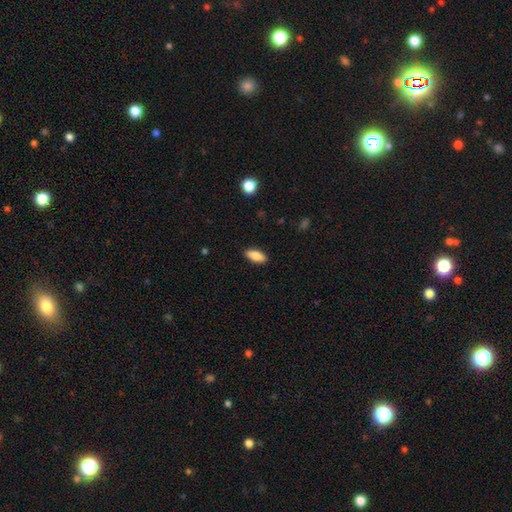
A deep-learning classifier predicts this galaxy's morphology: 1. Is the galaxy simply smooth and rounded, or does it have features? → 86% smooth, 8% featured or disk, 6% star or artifact.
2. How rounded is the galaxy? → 82% in between, 16% cigar-shaped, 2% round.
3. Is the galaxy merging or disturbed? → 89% none, 8% minor disturbance, 2% major disturbance, 1% merger.